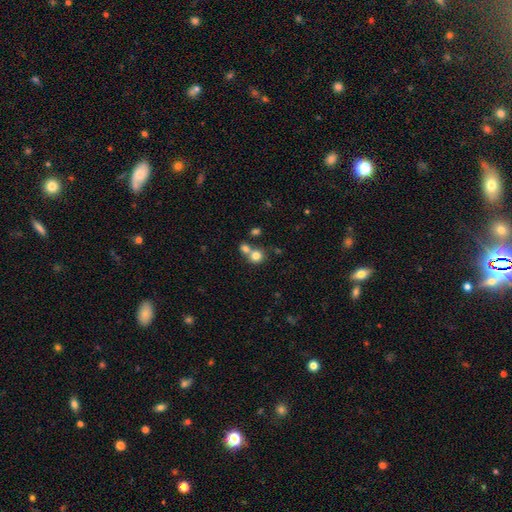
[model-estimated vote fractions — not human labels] Smooth or featured?
  - smooth: 77% *
  - star or artifact: 12%
  - featured or disk: 10%
How rounded?
  - round: 85% *
  - in between: 14%
  - cigar-shaped: 1%
Merging?
  - none: 47% *
  - merger: 44%
  - minor disturbance: 7%
  - major disturbance: 3%